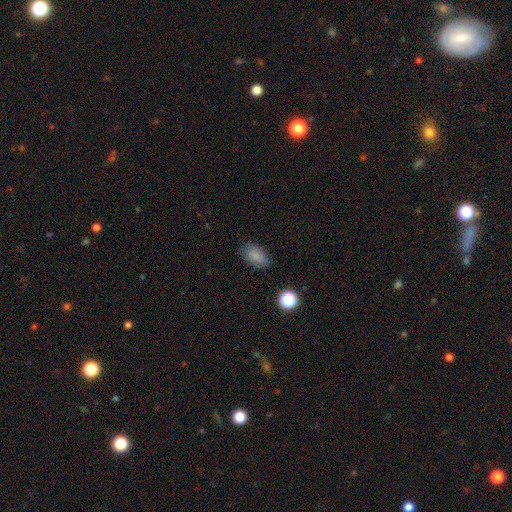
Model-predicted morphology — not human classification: Smooth or featured? Predicted: smooth (p=0.83). How rounded? Predicted: in between (p=0.89). Merging? Predicted: none (p=0.80).